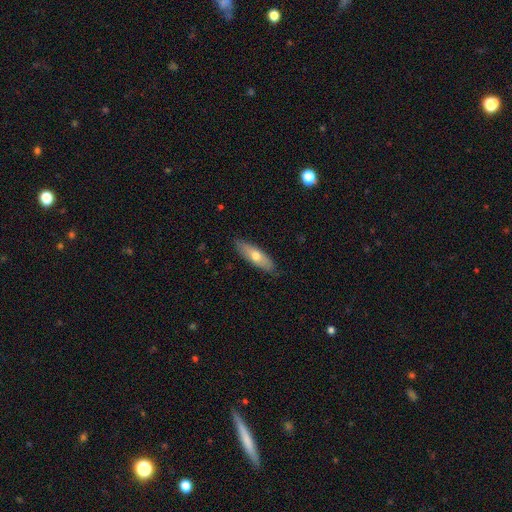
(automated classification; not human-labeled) Smooth or featured? Predicted: smooth (p=0.60). How rounded? Predicted: cigar-shaped (p=0.53). Merging? Predicted: none (p=0.86).